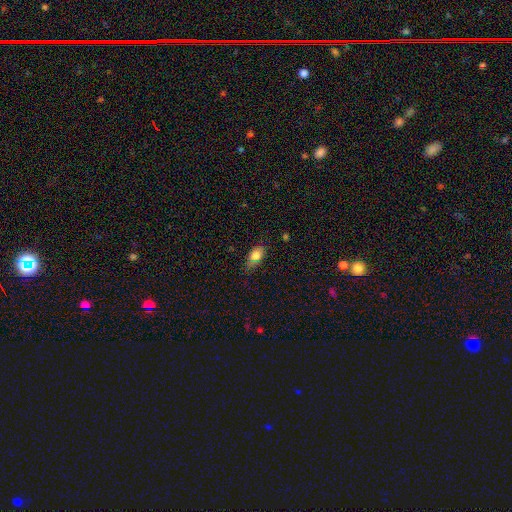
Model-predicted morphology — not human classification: smooth_or_featured: smooth (p=0.78) [alt: featured or disk p=0.13]
how_rounded: in between (p=0.84) [alt: round p=0.08]
merging: none (p=0.68) [alt: minor disturbance p=0.25]